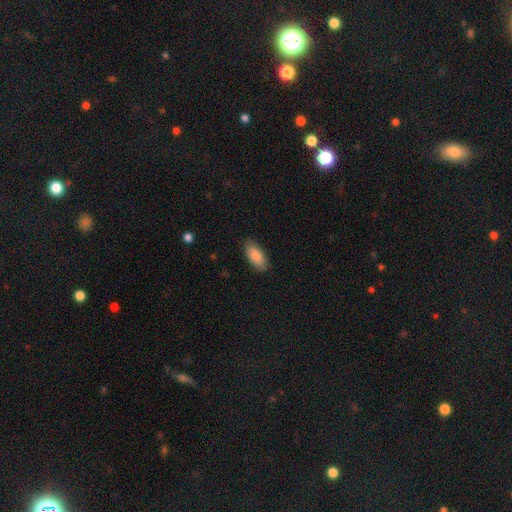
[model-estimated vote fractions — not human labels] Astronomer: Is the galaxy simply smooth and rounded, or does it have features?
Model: smooth — 88%.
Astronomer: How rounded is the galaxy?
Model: in between — 89%.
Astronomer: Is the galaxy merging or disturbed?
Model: none — 87%.